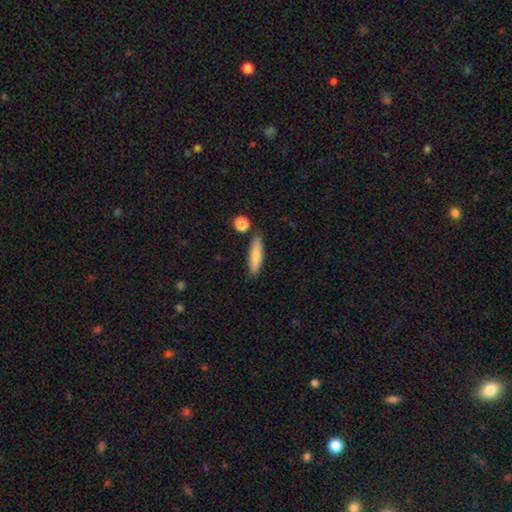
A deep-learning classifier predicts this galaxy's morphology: The model was most divided on "how rounded": cigar-shaped: 72%, in between: 26%, round: 2%. More confident: merging — none (83%); smooth or featured — smooth (80%).